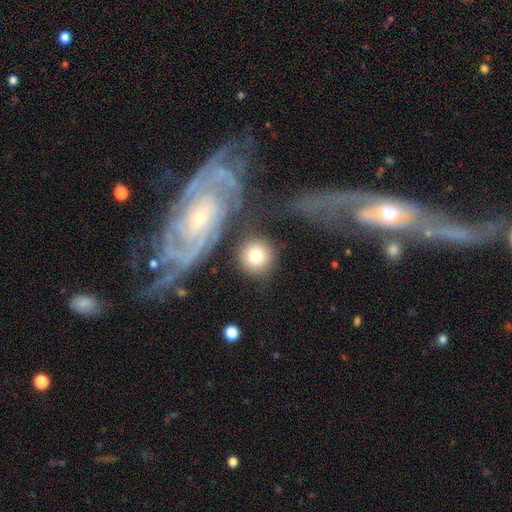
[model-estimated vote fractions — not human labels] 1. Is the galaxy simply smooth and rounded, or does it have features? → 74% smooth, 18% featured or disk, 8% star or artifact.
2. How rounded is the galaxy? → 92% round, 7% in between, 1% cigar-shaped.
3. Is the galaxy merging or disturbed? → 75% none, 10% minor disturbance, 9% merger, 5% major disturbance.